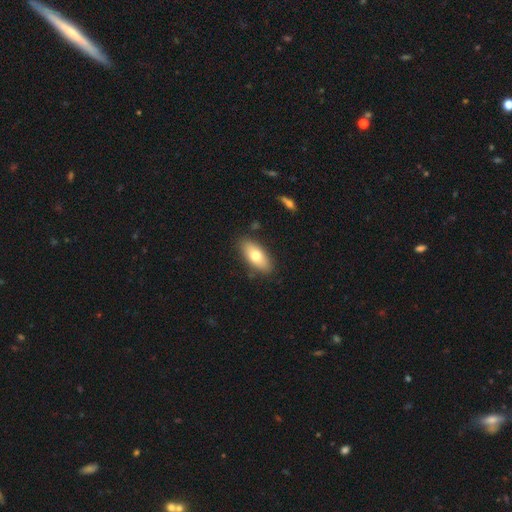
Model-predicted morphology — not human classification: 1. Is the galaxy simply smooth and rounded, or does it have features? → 72% smooth, 22% featured or disk, 6% star or artifact.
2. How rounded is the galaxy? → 86% in between, 10% cigar-shaped, 3% round.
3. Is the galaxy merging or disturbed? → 86% none, 10% minor disturbance, 2% major disturbance, 2% merger.